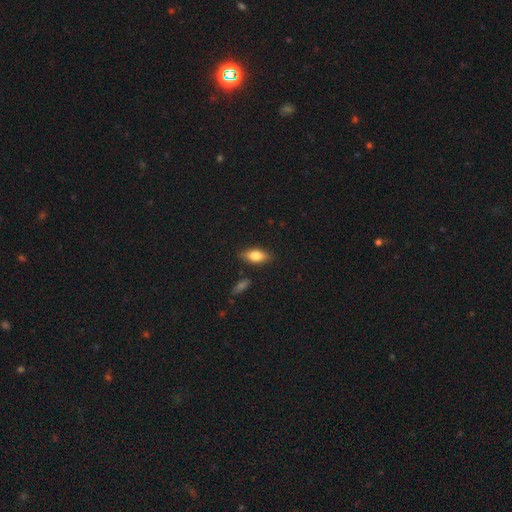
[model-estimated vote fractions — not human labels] smooth-or-featured: smooth: 76% | featured or disk: 17% | star or artifact: 7%
  how-rounded: in between: 84% | cigar-shaped: 12% | round: 4%
  merging: none: 85% | minor disturbance: 11% | merger: 2% | major disturbance: 2%